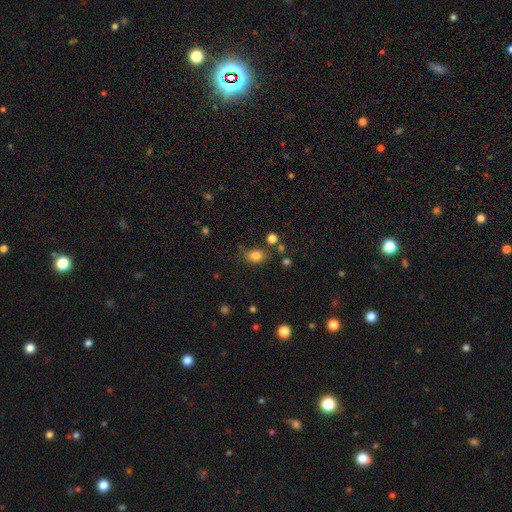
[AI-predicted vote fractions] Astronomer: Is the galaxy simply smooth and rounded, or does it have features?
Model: smooth — 80%.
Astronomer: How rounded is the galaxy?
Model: in between — 58% (runner-up: round, 41%).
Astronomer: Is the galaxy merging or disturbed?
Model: none — 70%.